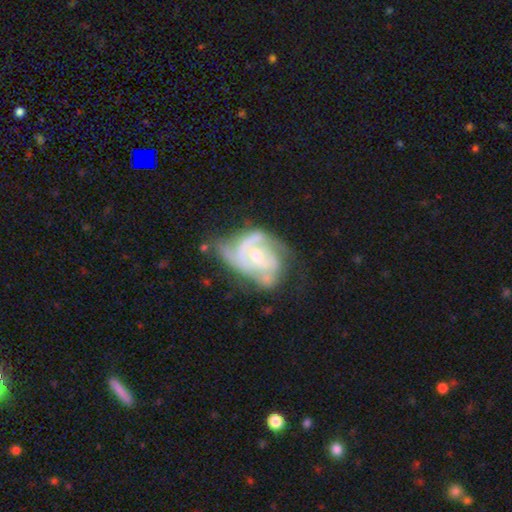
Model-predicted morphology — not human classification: Overall: featured or disk (82%). Edge-on disk: no (97%). Bar: no (62%; weak 30%). Spiral arms: yes (86%). Spiral arm count: 2 (37%; can't tell 26%). Spiral winding: tight (46%; medium 39%). Bulge size: moderate (55%; small 41%). Merging: none (33%; minor disturbance 31%).